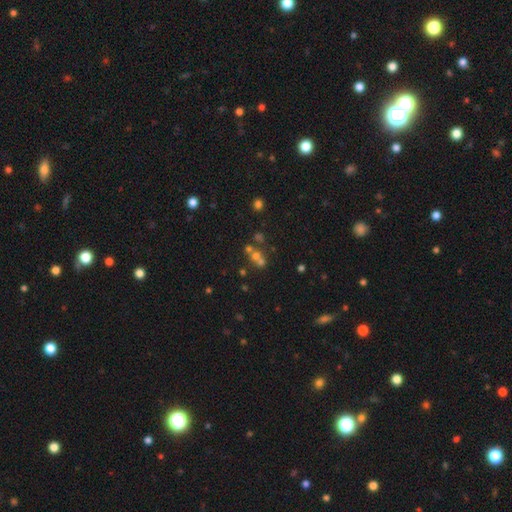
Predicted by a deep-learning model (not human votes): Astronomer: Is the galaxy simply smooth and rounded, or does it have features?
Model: smooth — 49% (runner-up: star or artifact, 27%).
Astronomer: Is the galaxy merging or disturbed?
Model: merger — 48% (runner-up: none, 39%).